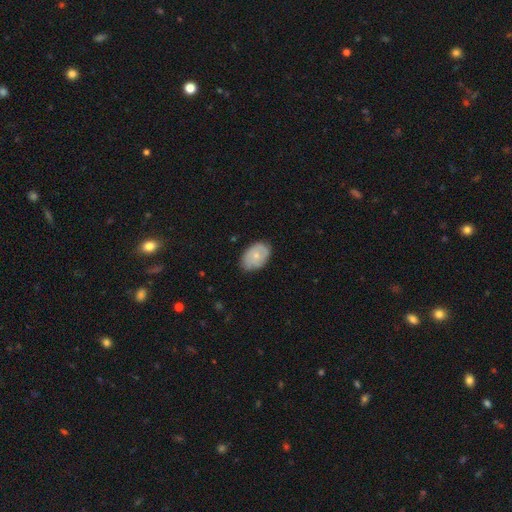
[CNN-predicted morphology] Smooth or featured? smooth (62%)
How rounded? in between (82%)
Merging? none (70%)